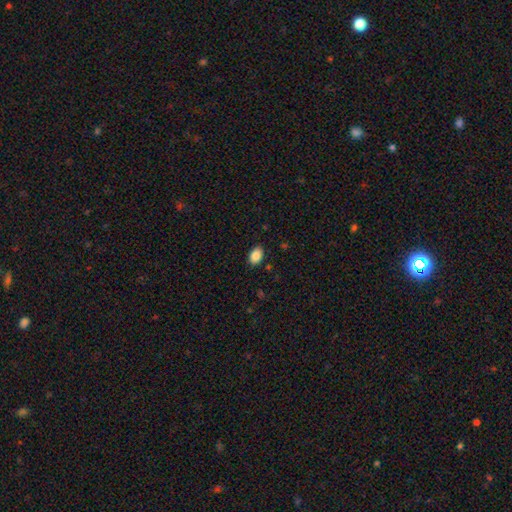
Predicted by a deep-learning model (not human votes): A smooth galaxy with no disk features (87%) that is in between round and cigar-shaped (86%).

Vote fractions:
- Smooth or featured? smooth: 87% / star or artifact: 8% / featured or disk: 5%
- How rounded? in between: 86% / round: 13% / cigar-shaped: 1%
- Merging? none: 87% / minor disturbance: 10% / major disturbance: 2% / merger: 1%